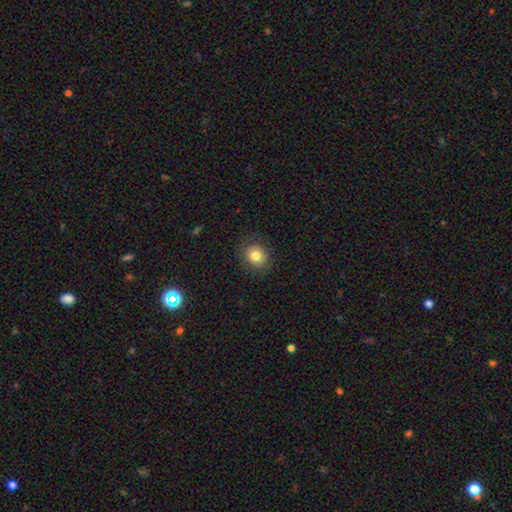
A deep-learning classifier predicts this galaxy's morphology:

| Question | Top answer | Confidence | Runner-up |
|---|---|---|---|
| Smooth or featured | smooth | 79% | star or artifact (11%) |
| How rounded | round | 80% | in between (19%) |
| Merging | none | 86% | minor disturbance (9%) |